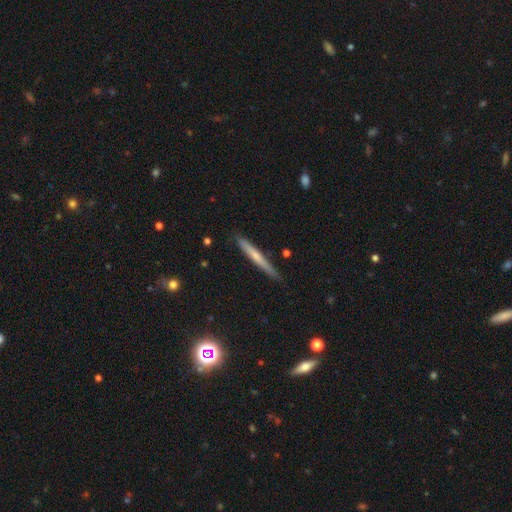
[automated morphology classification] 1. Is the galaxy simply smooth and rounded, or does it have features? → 51% smooth, 43% featured or disk, 7% star or artifact.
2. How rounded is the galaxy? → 96% cigar-shaped, 3% in between, 1% round.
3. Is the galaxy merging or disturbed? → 85% none, 12% minor disturbance, 2% major disturbance, 2% merger.